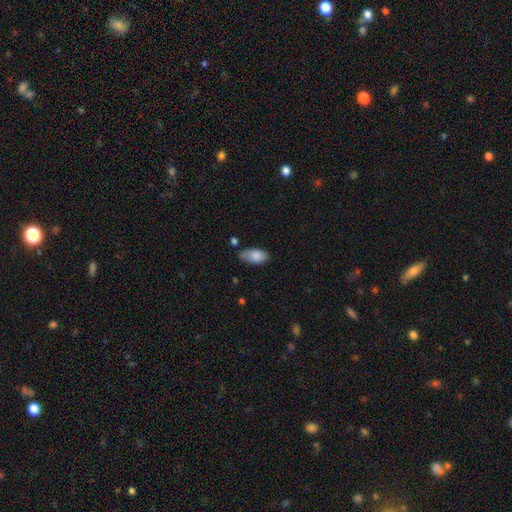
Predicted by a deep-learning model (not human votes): Smooth or featured? smooth (82%)
How rounded? in between (94%)
Merging? none (64%)